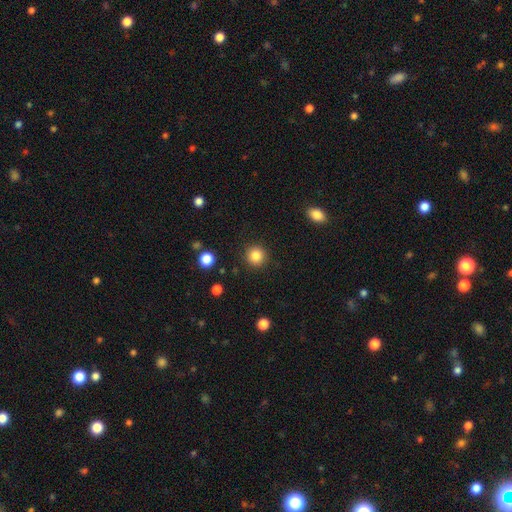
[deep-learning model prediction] The model was most divided on "smooth or featured": smooth: 85%, star or artifact: 10%, featured or disk: 5%. More confident: how rounded — round (93%); merging — none (91%).